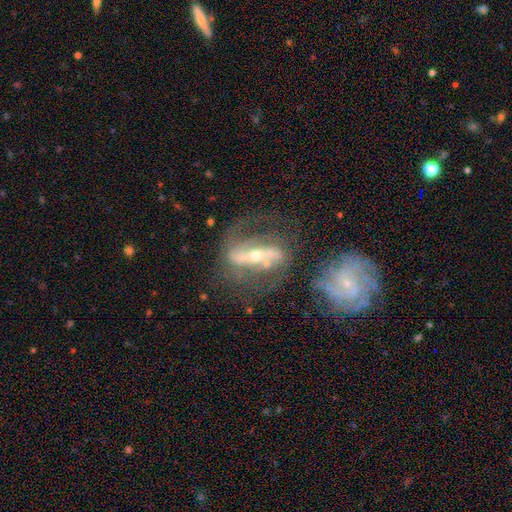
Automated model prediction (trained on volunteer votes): This is clearly a featured or disk galaxy (86%). It is clearly not viewed edge-on (89%). Bar: likely strong (70%). Spiral arm pattern: clearly yes (92%). Spiral arm count: clearly 2 (86%). Spiral winding: marginally loose (40%, tied with medium). Central bulge: possibly small (55%). Merging: possibly none (49%).